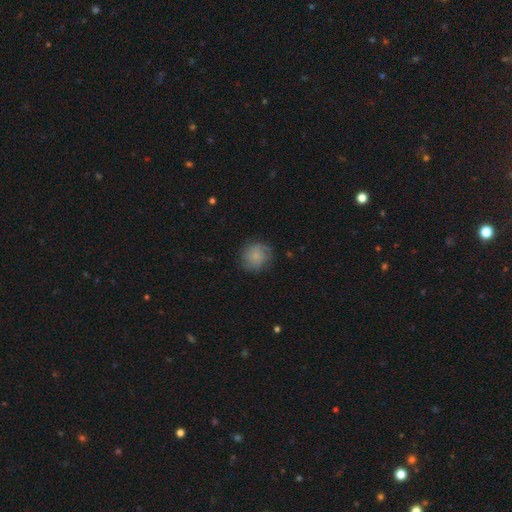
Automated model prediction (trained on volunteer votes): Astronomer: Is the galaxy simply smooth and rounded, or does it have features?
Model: smooth — 75%.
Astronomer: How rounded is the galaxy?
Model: round — 88%.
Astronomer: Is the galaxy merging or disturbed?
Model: none — 74%.